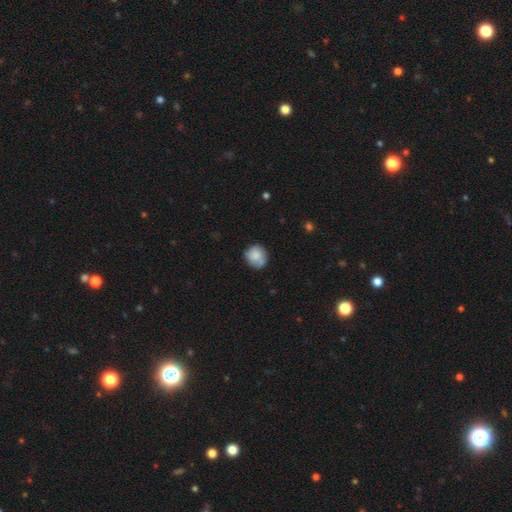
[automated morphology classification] Q: Smooth or featured?
A: smooth (76%); runner-up: featured or disk (17%)
Q: How rounded?
A: round (82%); runner-up: in between (17%)
Q: Merging?
A: none (65%); runner-up: minor disturbance (23%)